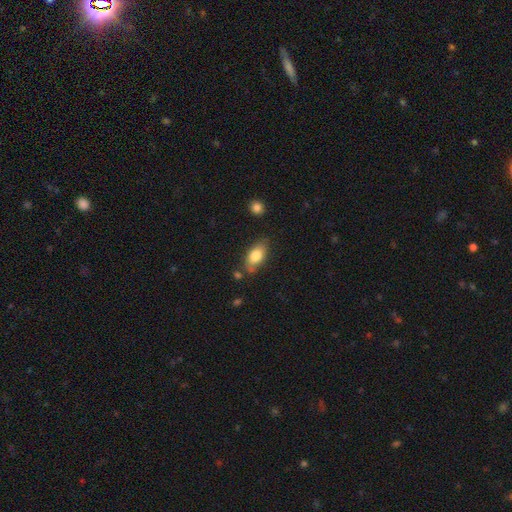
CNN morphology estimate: Smooth or featured? smooth (79%)
How rounded? in between (89%)
Merging? none (69%)